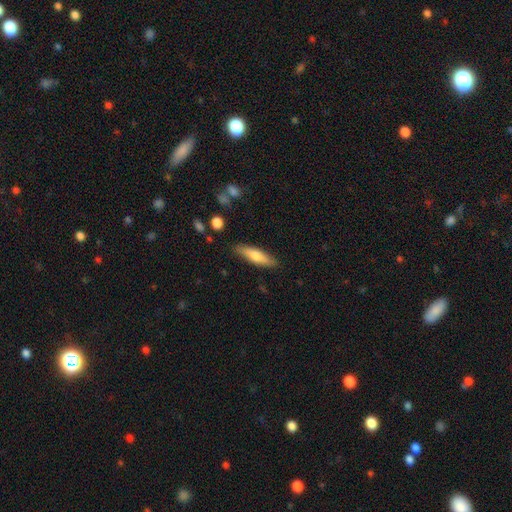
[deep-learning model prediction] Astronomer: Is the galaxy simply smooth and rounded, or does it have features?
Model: smooth — 67%.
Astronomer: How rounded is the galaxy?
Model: cigar-shaped — 67%.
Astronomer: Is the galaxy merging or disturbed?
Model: none — 85%.